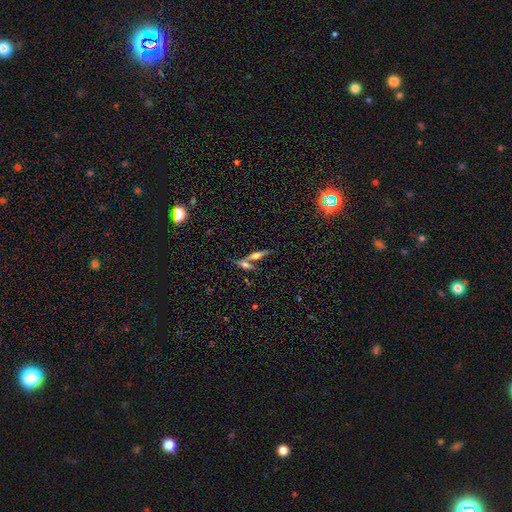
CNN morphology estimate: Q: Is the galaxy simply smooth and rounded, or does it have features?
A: featured or disk — 50%.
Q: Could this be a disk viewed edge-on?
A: yes — 90%.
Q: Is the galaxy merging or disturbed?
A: none — 51%.